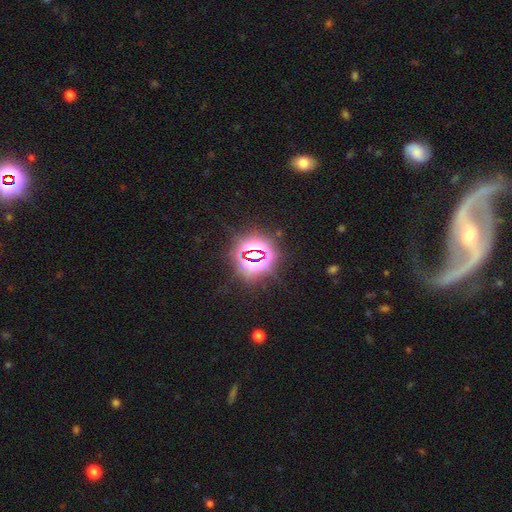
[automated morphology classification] Smooth or featured? star or artifact (78%)